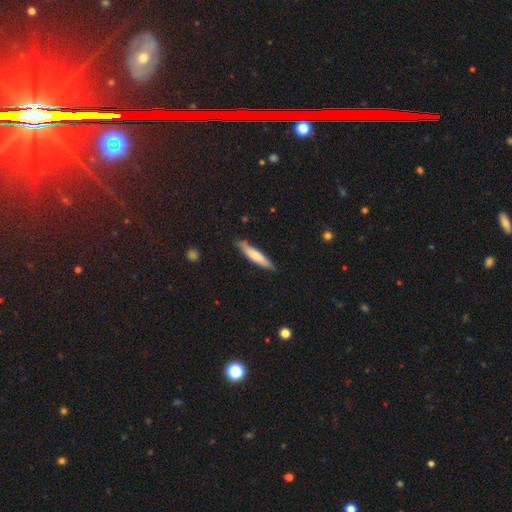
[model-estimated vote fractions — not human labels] A smooth galaxy with no disk features (68%) that is cigar-shaped (88%).

Vote fractions:
- Smooth or featured? smooth: 68% / featured or disk: 27% / star or artifact: 5%
- How rounded? cigar-shaped: 88% / in between: 11% / round: 1%
- Merging? none: 84% / minor disturbance: 12% / major disturbance: 2% / merger: 1%